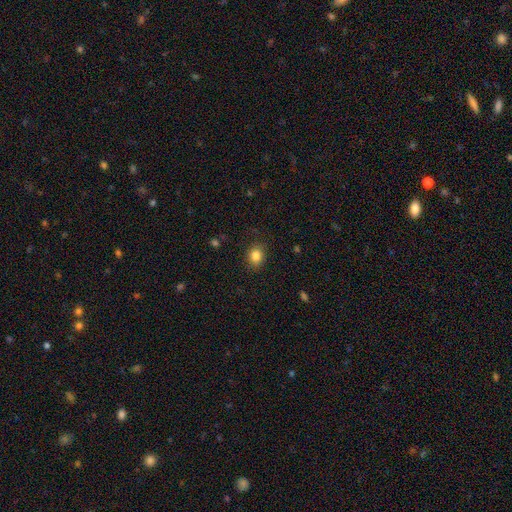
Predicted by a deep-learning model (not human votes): This appears to be a smooth galaxy with no disk features (84%) that is round (56%). Merging: none (85%).